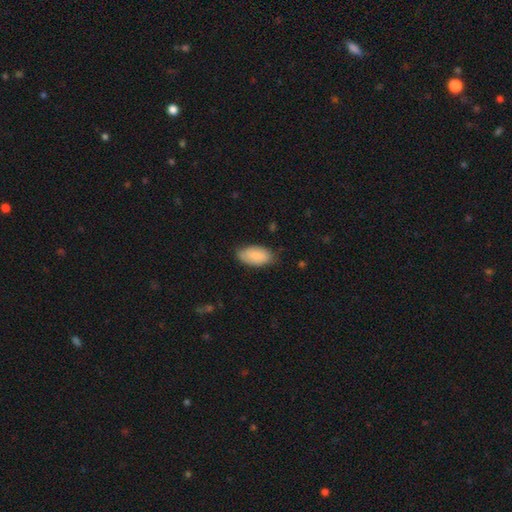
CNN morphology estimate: Smooth or featured?
  - smooth: 79% *
  - featured or disk: 15%
  - star or artifact: 6%
How rounded?
  - in between: 94% *
  - round: 3%
  - cigar-shaped: 3%
Merging?
  - none: 71% *
  - minor disturbance: 24%
  - major disturbance: 4%
  - merger: 1%